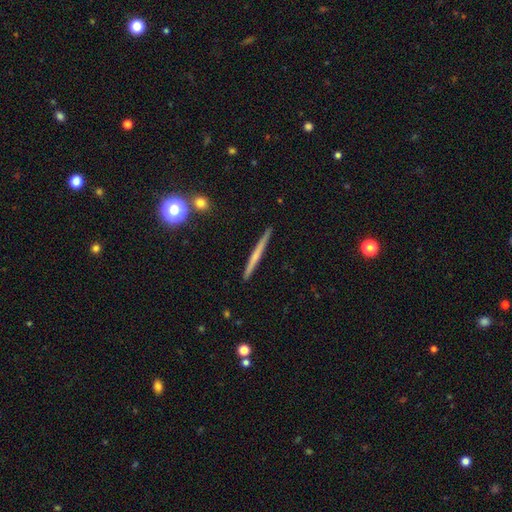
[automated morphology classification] Overall: featured or disk (51%; smooth 41%). Edge-on disk: yes (97%). Edge-on bulge: none (77%). Merging: none (91%).